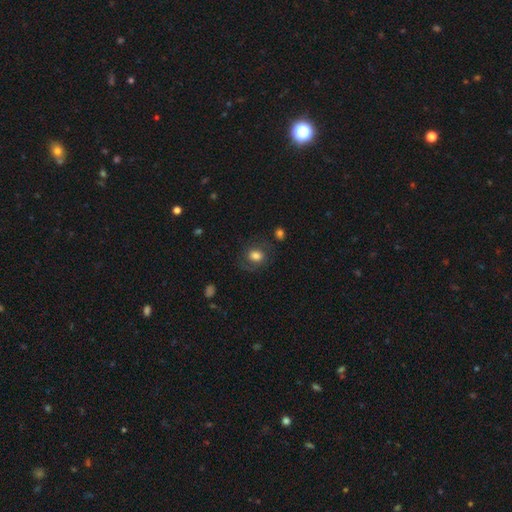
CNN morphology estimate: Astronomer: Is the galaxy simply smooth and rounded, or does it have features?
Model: smooth — 72%.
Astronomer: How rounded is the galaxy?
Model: round — 58% (runner-up: in between, 41%).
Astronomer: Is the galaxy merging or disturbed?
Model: none — 70%.